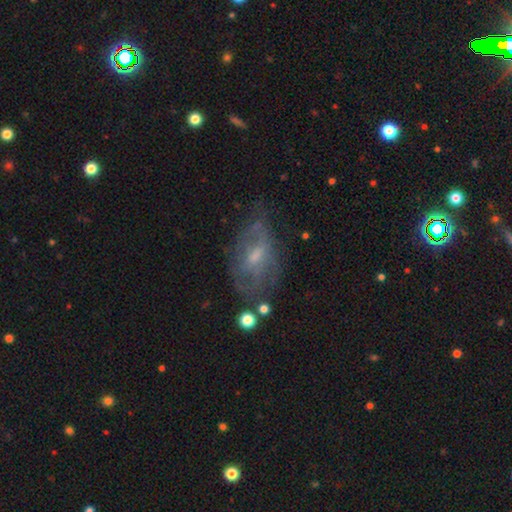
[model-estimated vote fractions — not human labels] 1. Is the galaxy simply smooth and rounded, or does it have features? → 60% featured or disk, 29% smooth, 11% star or artifact.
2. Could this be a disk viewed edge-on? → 92% no, 8% yes.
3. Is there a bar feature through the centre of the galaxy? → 51% no, 41% weak, 8% strong.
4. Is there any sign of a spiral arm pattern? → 51% yes, 49% no.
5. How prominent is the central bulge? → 50% small, 38% moderate, 8% none, 2% large, 1% dominant.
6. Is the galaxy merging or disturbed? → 52% none, 26% minor disturbance, 18% major disturbance, 4% merger.